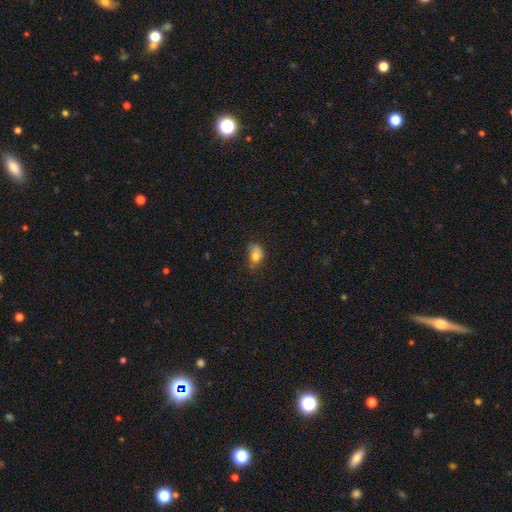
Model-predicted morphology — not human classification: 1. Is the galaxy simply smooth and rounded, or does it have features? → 78% smooth, 11% featured or disk, 11% star or artifact.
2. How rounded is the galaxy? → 71% in between, 27% round, 1% cigar-shaped.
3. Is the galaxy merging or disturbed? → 45% none, 38% minor disturbance, 14% major disturbance, 3% merger.